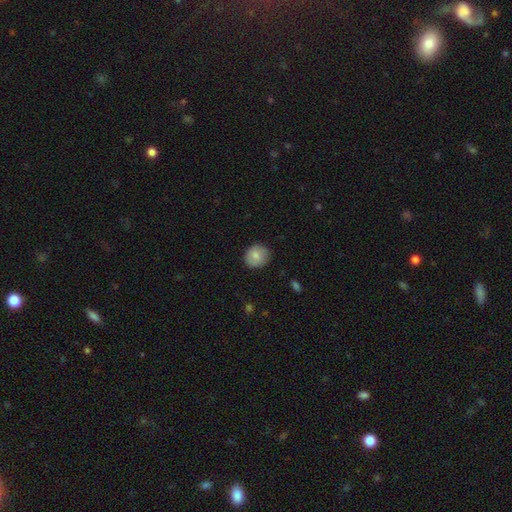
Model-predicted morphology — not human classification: Smooth or featured? smooth (84%)
How rounded? round (82%)
Merging? none (84%)